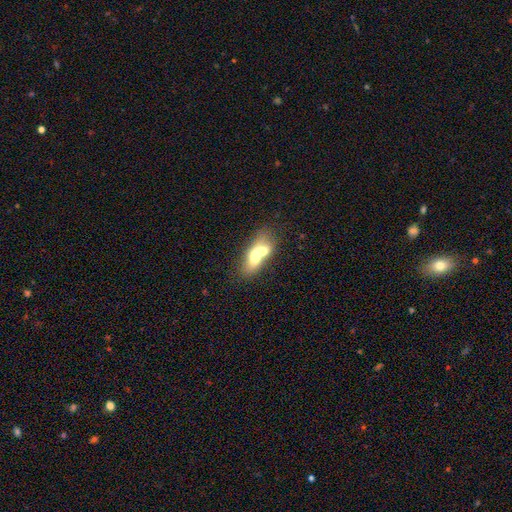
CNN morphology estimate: This appears to be a smooth galaxy with no disk features (59%) that is in between round and cigar-shaped (73%). Merging: merger (64%).